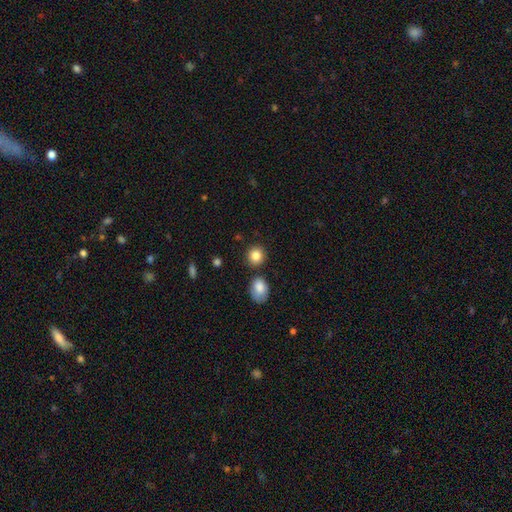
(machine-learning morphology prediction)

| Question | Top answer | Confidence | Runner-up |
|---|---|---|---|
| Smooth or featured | smooth | 85% | star or artifact (10%) |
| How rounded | round | 84% | in between (15%) |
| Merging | none | 82% | minor disturbance (9%) |